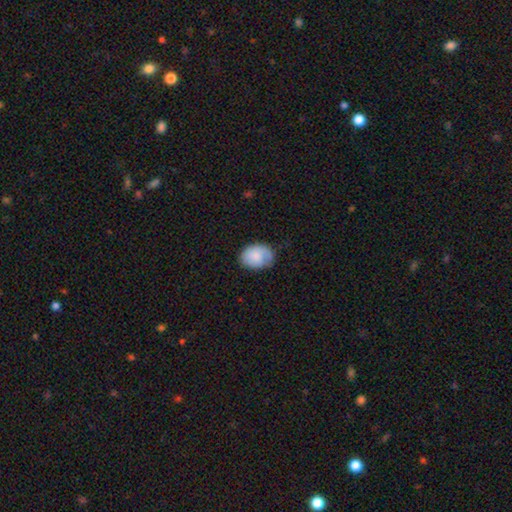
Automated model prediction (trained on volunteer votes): Overall: smooth (76%). How rounded: in between (63%; round 36%). Merging: none (59%; minor disturbance 29%).